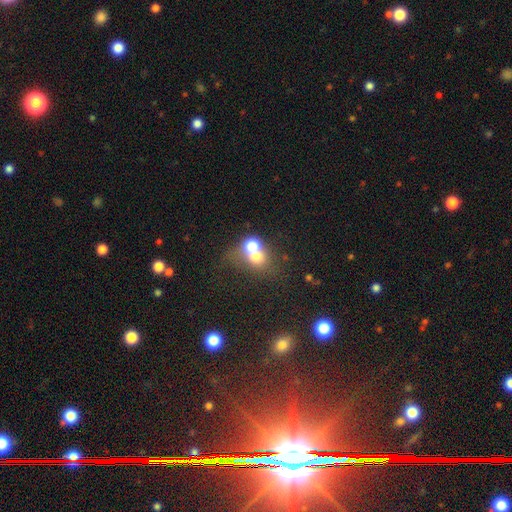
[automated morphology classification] Smooth or featured? Predicted: smooth (p=0.63). How rounded? Predicted: round (p=0.68). Merging? Predicted: merger (p=0.63).